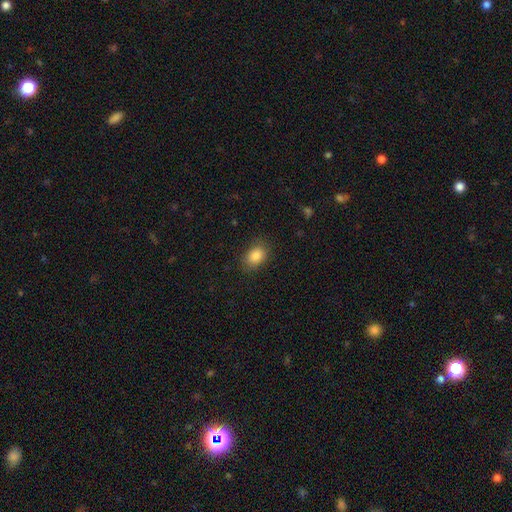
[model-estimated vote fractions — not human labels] This appears to be a smooth galaxy with no disk features (86%) that is in between round and cigar-shaped (76%). Merging: none (82%).